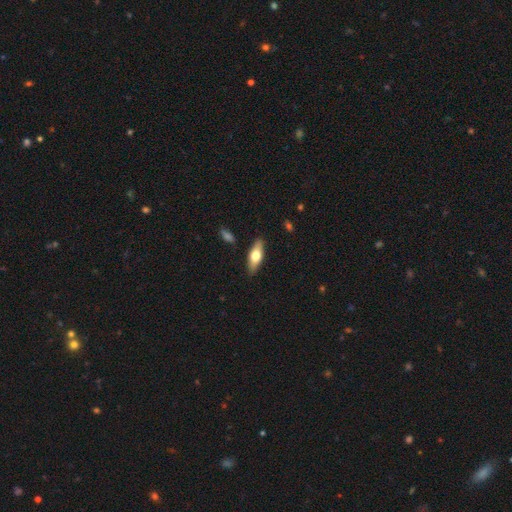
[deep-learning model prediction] Smooth or featured: smooth — 60% (featured or disk — 34%)
How rounded: in between — 64% (cigar-shaped — 33%)
Merging: none — 87% (minor disturbance — 10%)